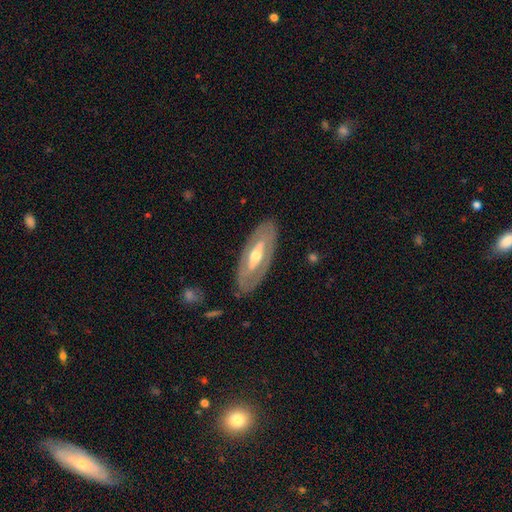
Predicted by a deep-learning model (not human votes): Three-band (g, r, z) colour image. It shows a featured or disk galaxy (68%) with no bar (46%), no spiral arms (69%) and a moderate central bulge (69%). Merging: none (84%).